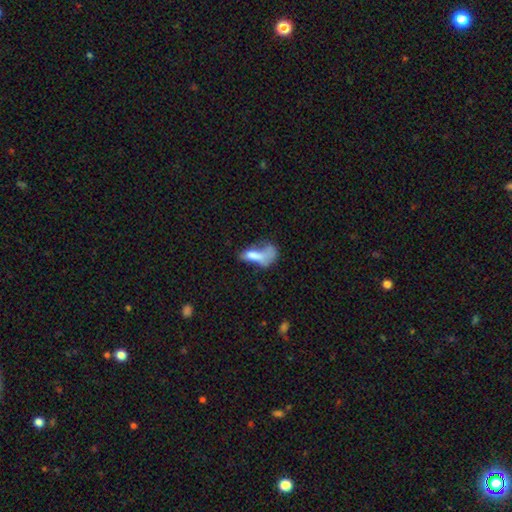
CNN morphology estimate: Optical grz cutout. It shows a smooth galaxy with no disk features (60%) that is in between round and cigar-shaped (72%). Merging: major disturbance (42%).